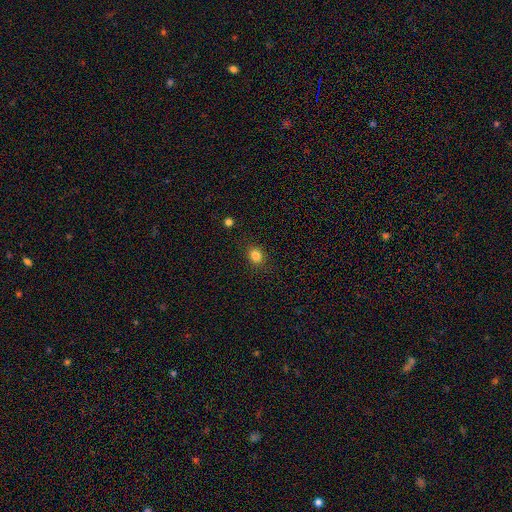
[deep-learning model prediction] Q: Smooth or featured?
A: smooth (83%); runner-up: star or artifact (12%)
Q: How rounded?
A: round (56%); runner-up: in between (43%)
Q: Merging?
A: none (86%); runner-up: minor disturbance (9%)